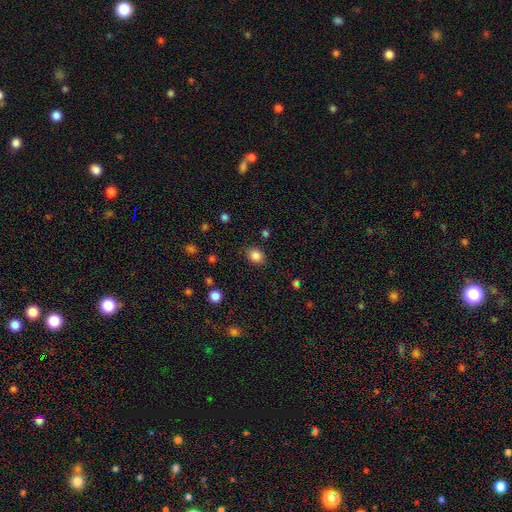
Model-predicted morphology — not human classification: This appears to be a smooth galaxy with no disk features (85%) that is round (62%). Merging: none (84%).